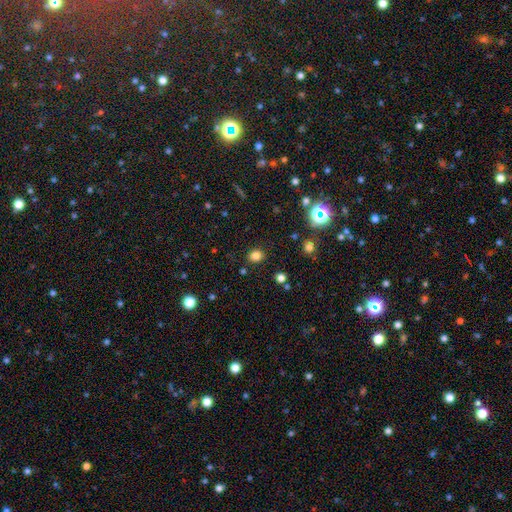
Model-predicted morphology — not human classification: smooth-or-featured: smooth: 81% | star or artifact: 15% | featured or disk: 5%
  how-rounded: round: 66% | in between: 33% | cigar-shaped: 1%
  merging: none: 87% | minor disturbance: 8% | major disturbance: 3% | merger: 2%